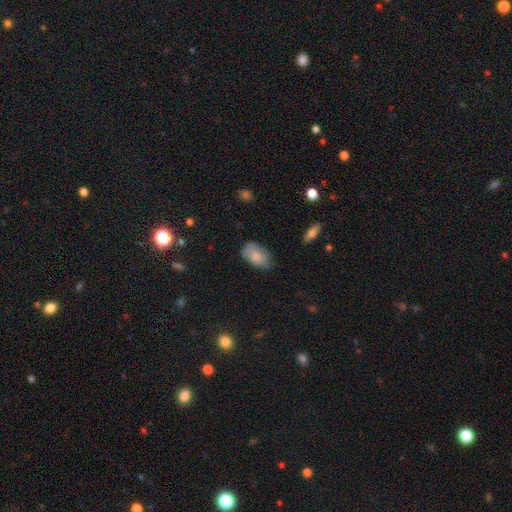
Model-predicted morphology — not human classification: Overall: smooth (79%). How rounded: in between (91%). Merging: none (60%; minor disturbance 33%).